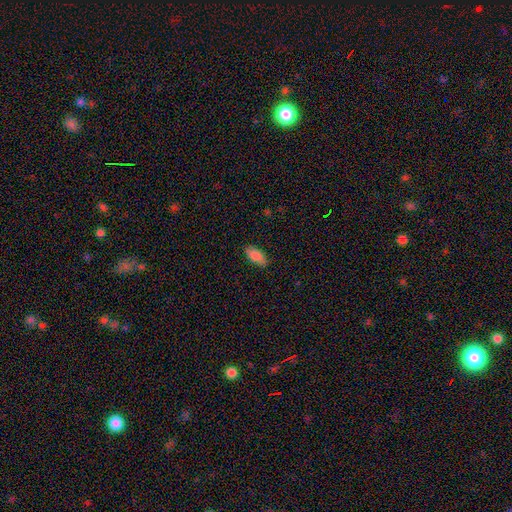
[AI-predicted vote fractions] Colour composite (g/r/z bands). It shows a smooth galaxy with no disk features (85%) that is in between round and cigar-shaped (89%). Merging: none (84%).